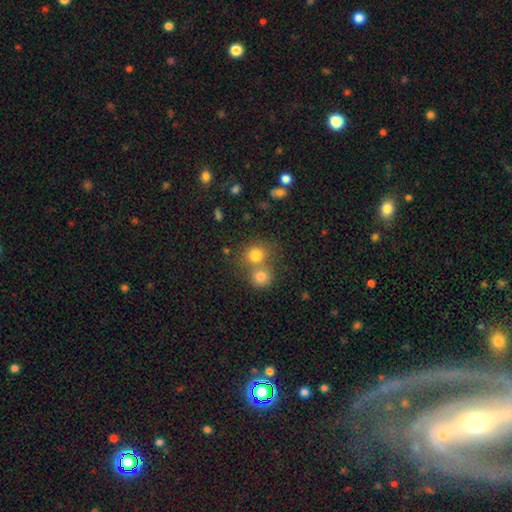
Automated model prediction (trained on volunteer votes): A smooth galaxy with no disk features (78%) that is round (80%).

Vote fractions:
- Smooth or featured? smooth: 78% / star or artifact: 13% / featured or disk: 9%
- How rounded? round: 80% / in between: 19% / cigar-shaped: 1%
- Merging? merger: 47% / none: 43% / minor disturbance: 7% / major disturbance: 3%